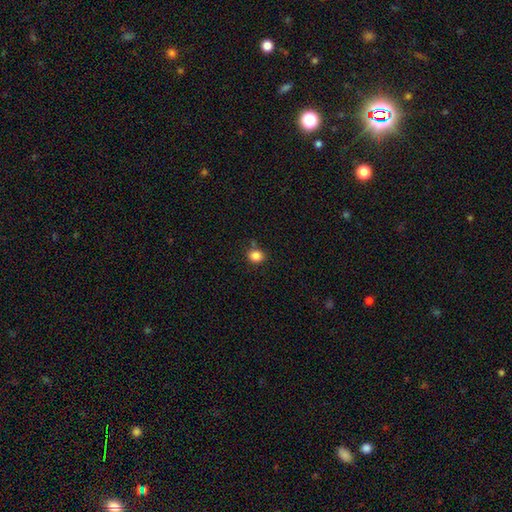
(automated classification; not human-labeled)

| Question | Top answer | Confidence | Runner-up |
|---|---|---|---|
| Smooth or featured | smooth | 85% | star or artifact (11%) |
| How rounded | round | 71% | in between (28%) |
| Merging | none | 78% | minor disturbance (13%) |